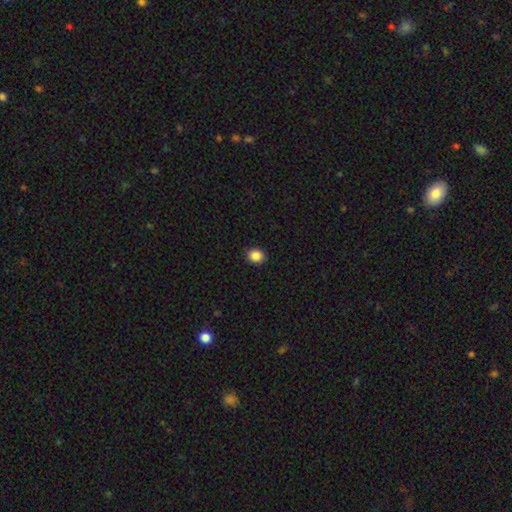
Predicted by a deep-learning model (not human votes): Smooth or featured? Predicted: smooth (p=0.87). How rounded? Predicted: round (p=0.66). Merging? Predicted: none (p=0.90).